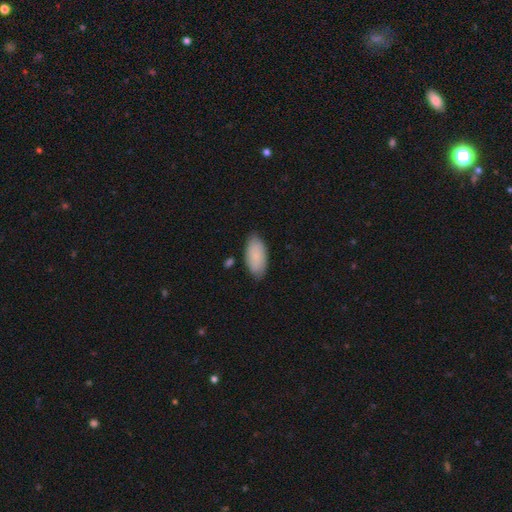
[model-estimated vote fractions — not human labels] Morphology: type=smooth (83%); roundness=in between (93%); merging=none (79%).